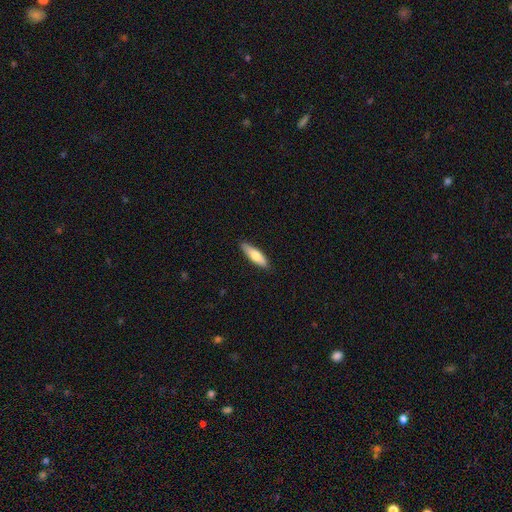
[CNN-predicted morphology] Smooth or featured? Predicted: smooth (p=0.67). How rounded? Predicted: cigar-shaped (p=0.61). Merging? Predicted: none (p=0.86).